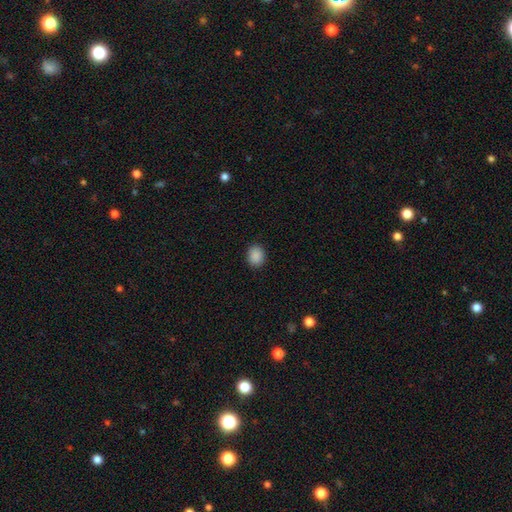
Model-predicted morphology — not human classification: Smooth or featured? smooth (89%)
How rounded? round (58%)
Merging? none (90%)